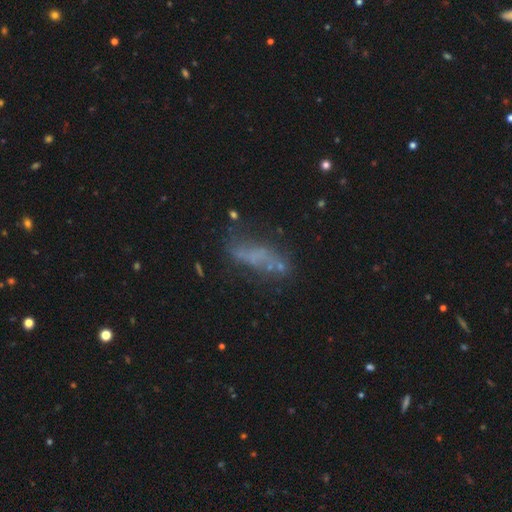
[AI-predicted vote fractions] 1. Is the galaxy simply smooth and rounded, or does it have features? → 46% featured or disk, 37% smooth, 16% star or artifact.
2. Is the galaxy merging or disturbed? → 48% none, 22% minor disturbance, 20% major disturbance, 10% merger.